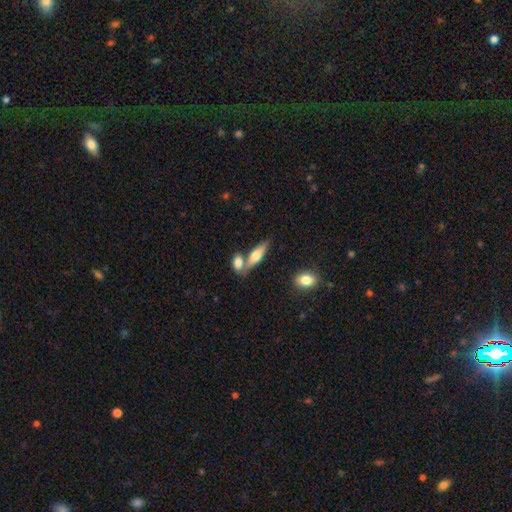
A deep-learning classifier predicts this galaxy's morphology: Smooth or featured: smooth — 59% (featured or disk — 34%)
How rounded: in between — 49% (cigar-shaped — 48%)
Merging: none — 51% (merger — 34%)